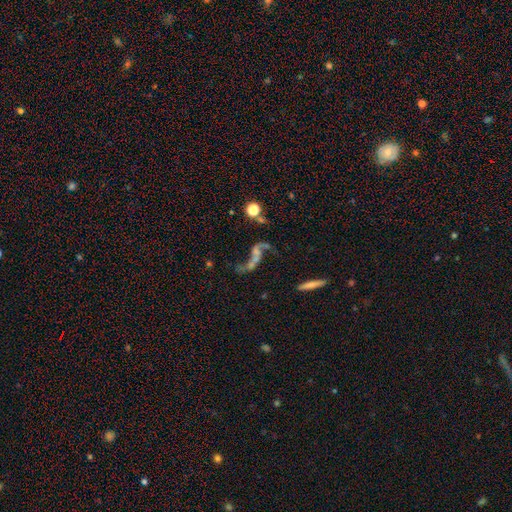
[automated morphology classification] type=featured or disk (70%); edge-on=no (92%); bar=no (64%); spiral arms=yes (74%); bulge=none (53%); merging=none (34%).